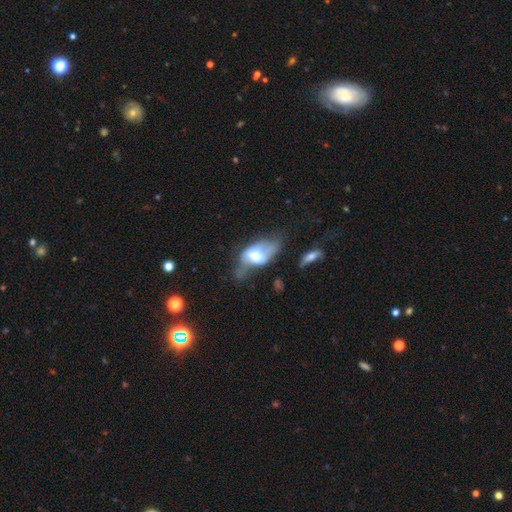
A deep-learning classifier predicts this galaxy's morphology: Smooth or featured?
  - featured or disk: 49% *
  - smooth: 42%
  - star or artifact: 8%
Merging?
  - major disturbance: 37% *
  - minor disturbance: 27%
  - none: 25%
  - merger: 10%